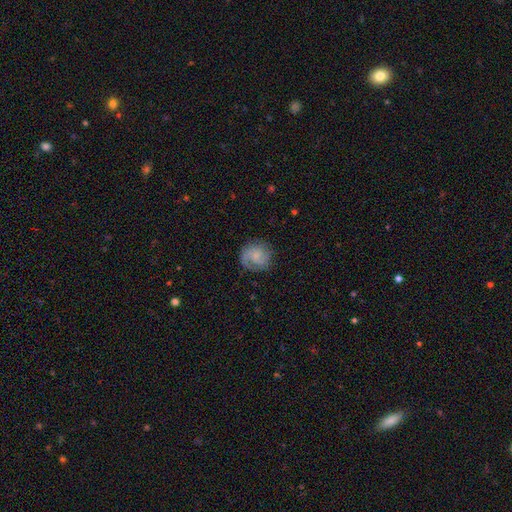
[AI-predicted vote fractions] smooth_or_featured: featured or disk (p=0.58) [alt: smooth p=0.34]
disk_edge_on: no (p=0.98) [alt: yes p=0.02]
bar: no (p=0.68) [alt: weak p=0.28]
has_spiral_arms: yes (p=0.92) [alt: no p=0.08]
spiral_winding: tight (p=0.44) [alt: medium p=0.40]
spiral_arm_count: 2 (p=0.43) [alt: can't tell p=0.21]
bulge_size: small (p=0.58) [alt: none p=0.22]
merging: none (p=0.75) [alt: minor disturbance p=0.16]